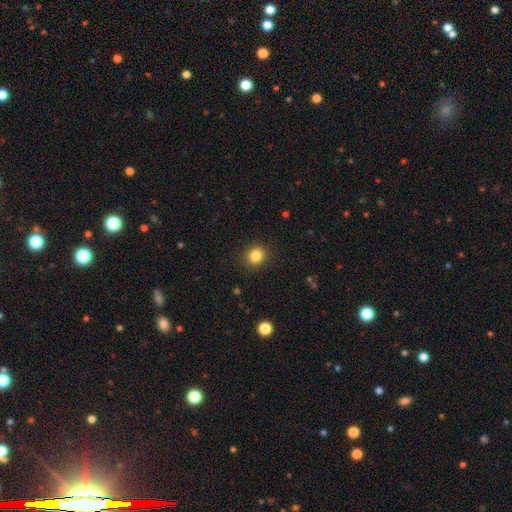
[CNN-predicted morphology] Smooth or featured? Predicted: smooth (p=0.84). How rounded? Predicted: round (p=0.85). Merging? Predicted: none (p=0.90).